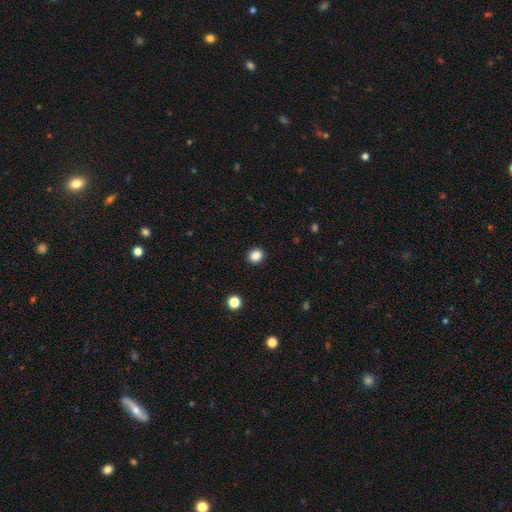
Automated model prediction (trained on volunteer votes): smooth-or-featured: smooth: 86% | star or artifact: 11% | featured or disk: 3%
  how-rounded: round: 75% | in between: 24% | cigar-shaped: 1%
  merging: none: 91% | minor disturbance: 6% | major disturbance: 2% | merger: 1%